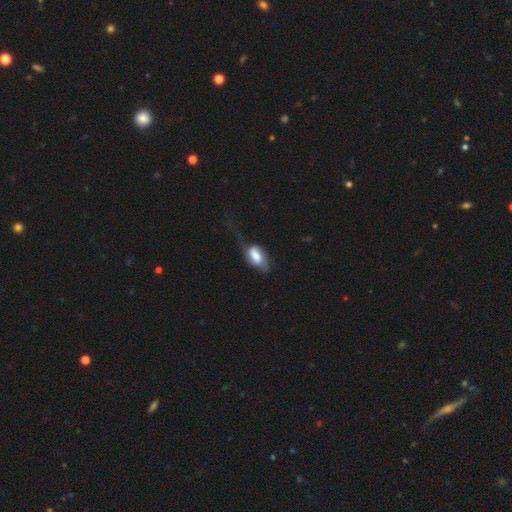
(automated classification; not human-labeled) Morphology: type=smooth (58%); roundness=in between (90%); merging=major disturbance (43%).